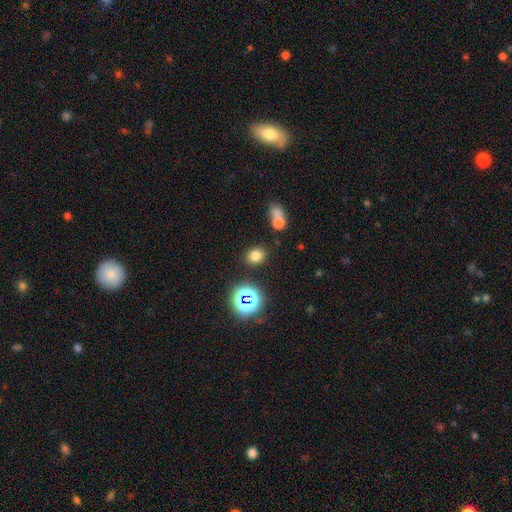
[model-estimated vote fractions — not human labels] The model was most divided on "how rounded": round: 64%, in between: 35%, cigar-shaped: 1%. More confident: merging — none (82%); smooth or featured — smooth (75%).